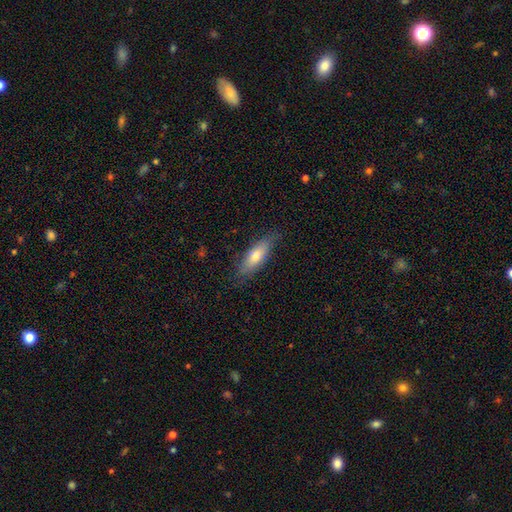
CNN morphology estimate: Overall: smooth (64%; featured or disk 29%). How rounded: in between (50%; cigar-shaped 48%). Merging: none (79%).